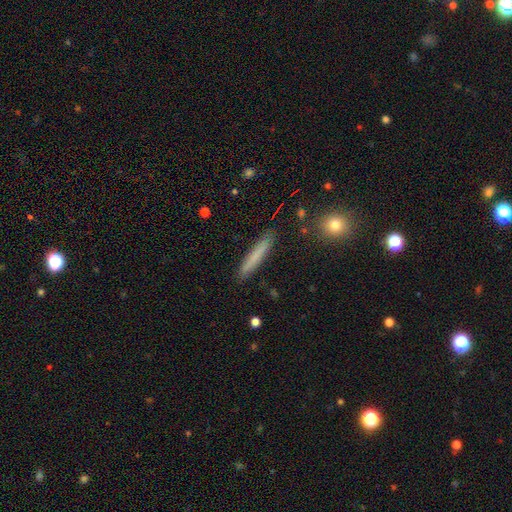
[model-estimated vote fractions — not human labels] smooth_or_featured: smooth (p=0.75) [alt: featured or disk p=0.19]
how_rounded: cigar-shaped (p=0.95) [alt: in between p=0.04]
merging: none (p=0.88) [alt: minor disturbance p=0.08]